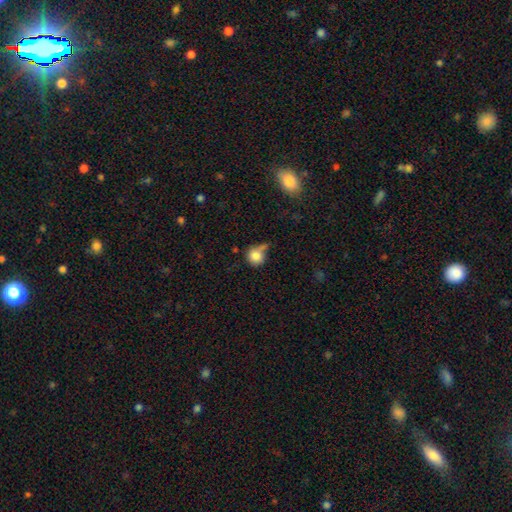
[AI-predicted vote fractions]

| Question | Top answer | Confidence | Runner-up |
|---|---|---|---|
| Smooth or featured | smooth | 82% | star or artifact (9%) |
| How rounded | round | 84% | in between (15%) |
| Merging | none | 41% | minor disturbance (27%) |